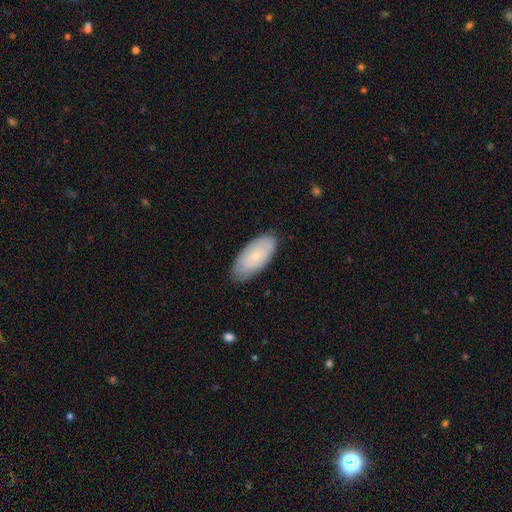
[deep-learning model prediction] Smooth or featured? smooth (66%)
How rounded? in between (92%)
Merging? none (79%)